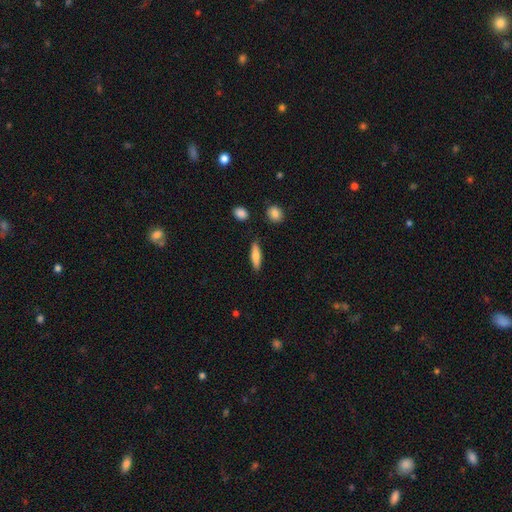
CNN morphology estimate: Overall: smooth (74%). How rounded: cigar-shaped (68%; in between 29%). Merging: none (86%).